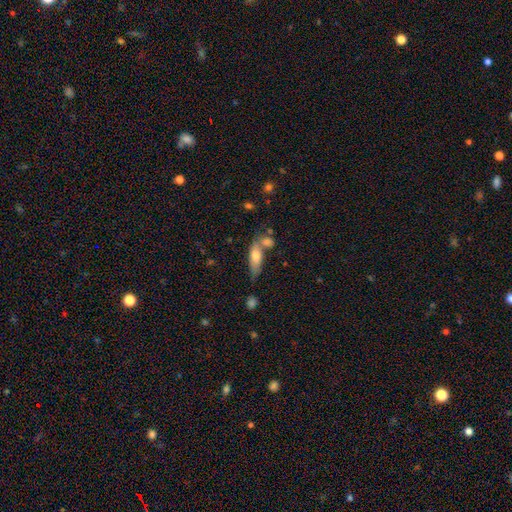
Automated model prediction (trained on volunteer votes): The model was most divided on "merging": none: 40%, merger: 33%, minor disturbance: 19%, major disturbance: 8%. More confident: smooth or featured — smooth (71%); how rounded — in between (63%).